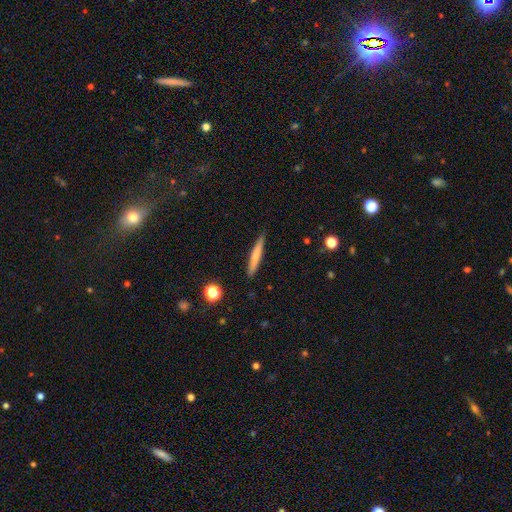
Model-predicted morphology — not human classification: The model was most divided on "smooth or featured": smooth: 70%, featured or disk: 24%, star or artifact: 6%. More confident: how rounded — cigar-shaped (95%); merging — none (89%).